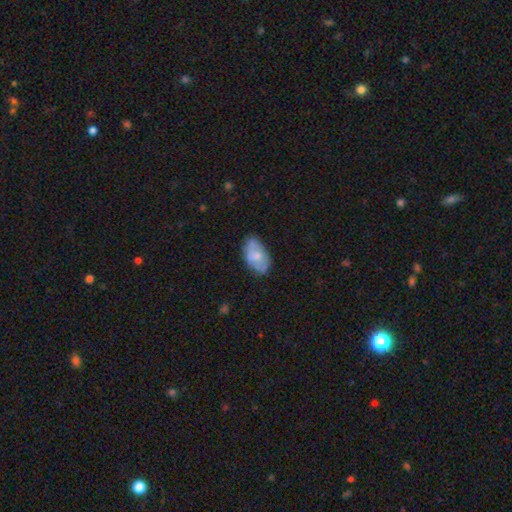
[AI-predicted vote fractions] Smooth or featured? Predicted: smooth (p=0.61). How rounded? Predicted: in between (p=0.93). Merging? Predicted: none (p=0.66).